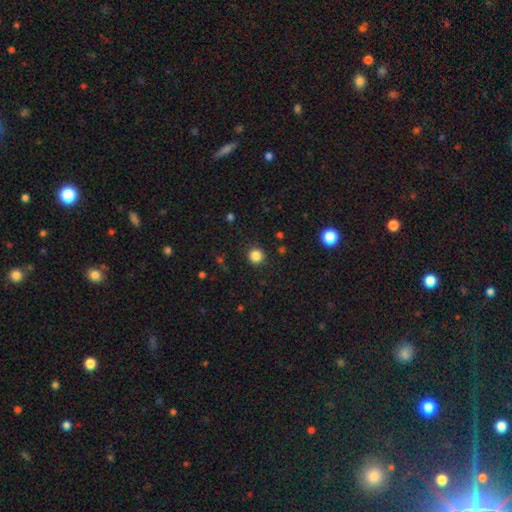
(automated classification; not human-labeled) Overall: smooth (84%). How rounded: round (94%). Merging: none (91%).